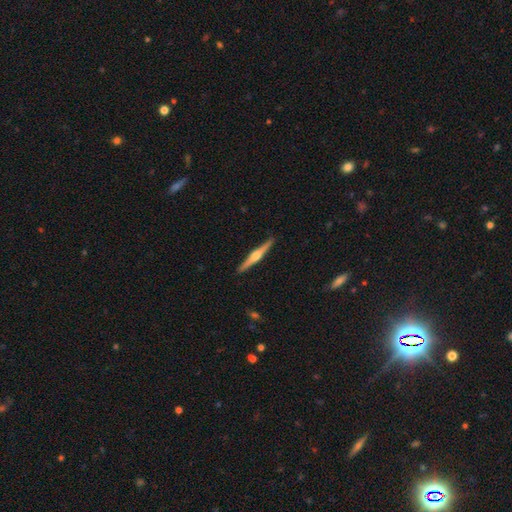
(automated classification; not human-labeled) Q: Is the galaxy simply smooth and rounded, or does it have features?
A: featured or disk — 75%.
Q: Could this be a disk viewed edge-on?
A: yes — 98%.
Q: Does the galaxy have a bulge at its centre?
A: rounded — 90%.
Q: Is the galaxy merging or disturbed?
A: none — 92%.